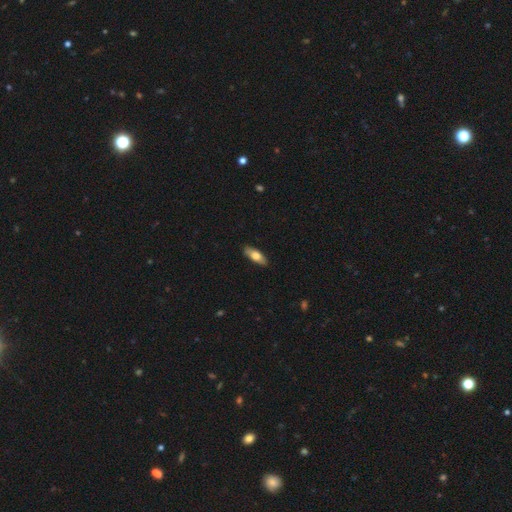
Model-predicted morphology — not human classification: Smooth or featured: smooth — 71% (featured or disk — 24%)
How rounded: in between — 74% (cigar-shaped — 24%)
Merging: none — 87% (minor disturbance — 10%)